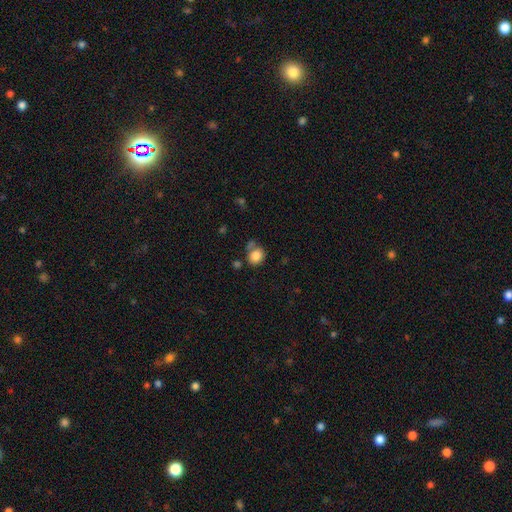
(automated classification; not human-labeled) Smooth or featured? Predicted: smooth (p=0.84). How rounded? Predicted: round (p=0.76). Merging? Predicted: none (p=0.59).